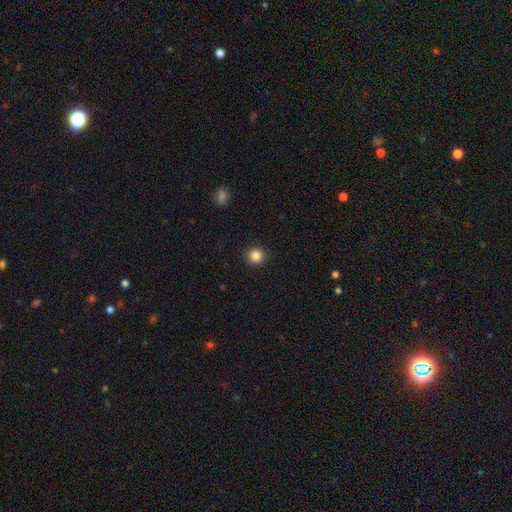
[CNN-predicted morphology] This appears to be a smooth galaxy with no disk features (86%) that is round (94%). Merging: none (92%).